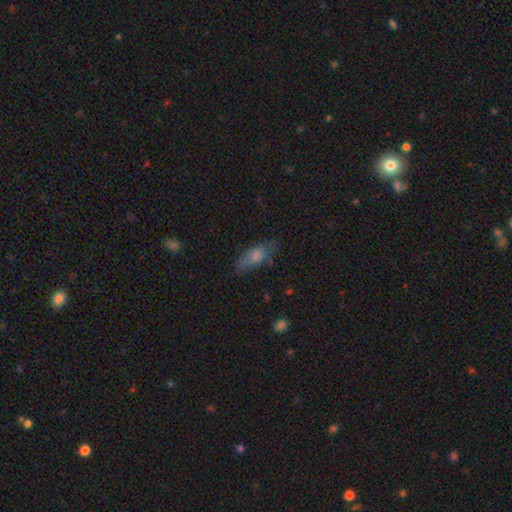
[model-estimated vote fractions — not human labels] smooth_or_featured: smooth (p=0.73) [alt: featured or disk p=0.19]
how_rounded: in between (p=0.74) [alt: cigar-shaped p=0.23]
merging: none (p=0.62) [alt: minor disturbance p=0.26]